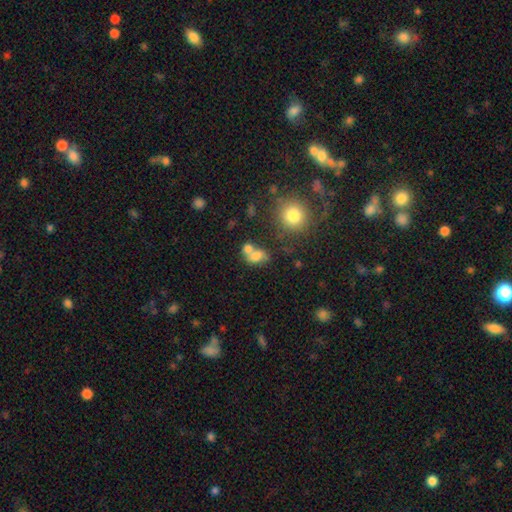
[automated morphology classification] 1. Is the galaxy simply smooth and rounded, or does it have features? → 71% smooth, 17% featured or disk, 12% star or artifact.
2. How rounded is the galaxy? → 63% in between, 36% round, 2% cigar-shaped.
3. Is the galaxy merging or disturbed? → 54% merger, 28% none, 11% minor disturbance, 7% major disturbance.